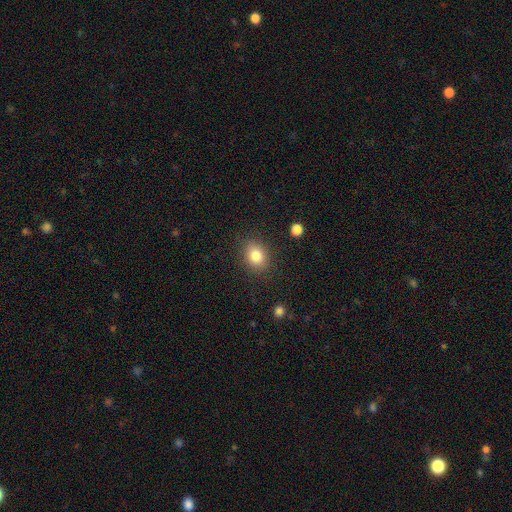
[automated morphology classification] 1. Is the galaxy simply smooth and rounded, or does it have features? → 82% smooth, 10% star or artifact, 8% featured or disk.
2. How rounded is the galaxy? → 50% in between, 49% round, 1% cigar-shaped.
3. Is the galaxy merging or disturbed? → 86% none, 10% minor disturbance, 3% major disturbance, 1% merger.